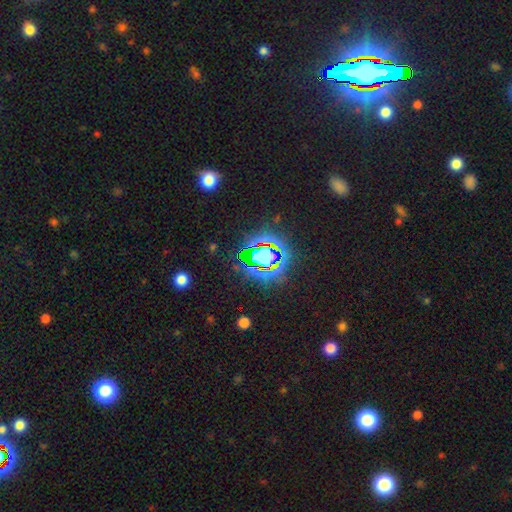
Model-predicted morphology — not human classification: The model was most divided on "smooth or featured": star or artifact: 84%, smooth: 9%, featured or disk: 7%.